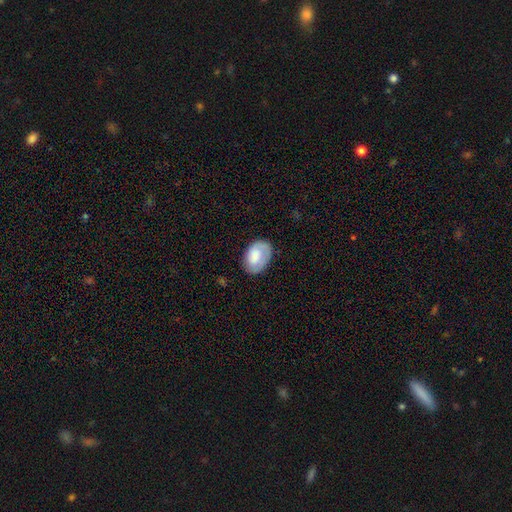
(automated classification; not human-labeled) This is likely a smooth galaxy (72%). How rounded: clearly in between (87%). Merging: likely none (70%).